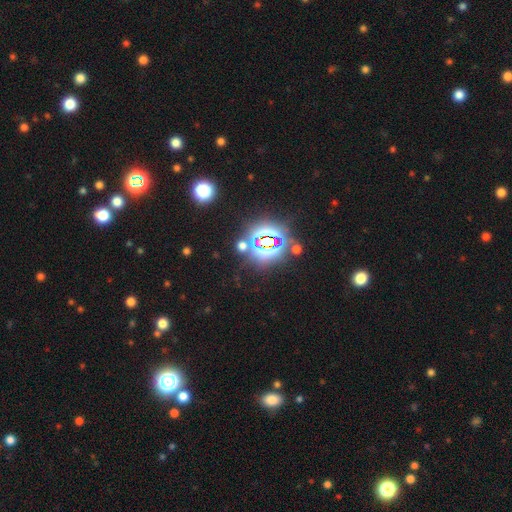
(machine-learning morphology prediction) This appears to be a star or artifact, not a galaxy (77%).